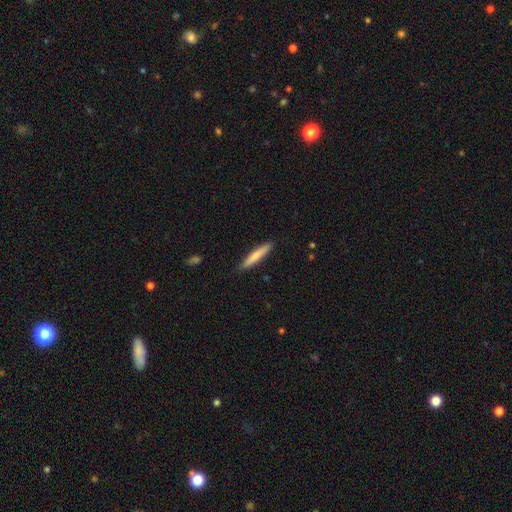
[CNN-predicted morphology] Smooth or featured: smooth — 75% (featured or disk — 20%)
How rounded: cigar-shaped — 92% (in between — 7%)
Merging: none — 88% (minor disturbance — 9%)